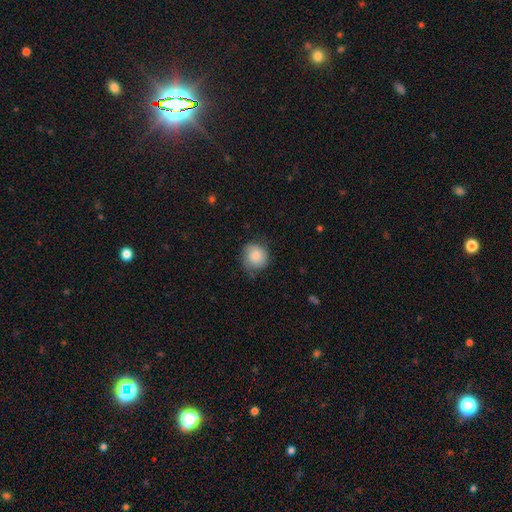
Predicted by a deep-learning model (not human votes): A smooth galaxy with no disk features (78%) that is round (86%). Merging: none (64%).